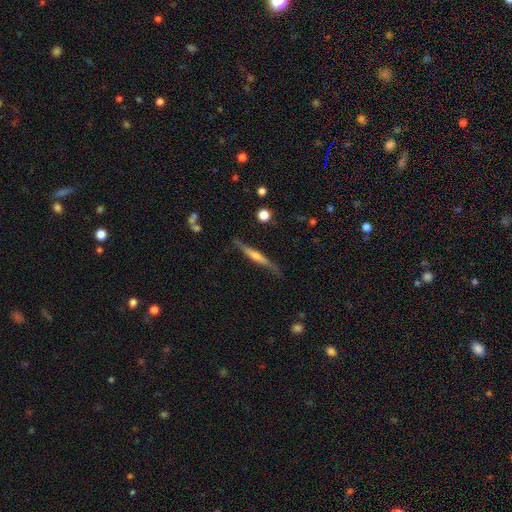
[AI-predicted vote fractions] Smooth or featured? featured or disk (58%)
Edge-on disk? yes (95%)
Edge-on bulge? rounded (57%)
Merging? none (78%)